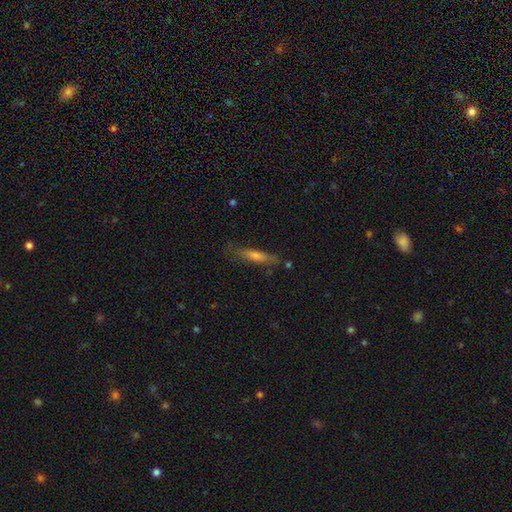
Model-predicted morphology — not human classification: A smooth galaxy with no disk features (50%) that is cigar-shaped (87%).

Vote fractions:
- Smooth or featured? smooth: 50% / featured or disk: 41% / star or artifact: 9%
- How rounded? cigar-shaped: 87% / in between: 12% / round: 2%
- Merging? none: 78% / minor disturbance: 16% / major disturbance: 4% / merger: 2%